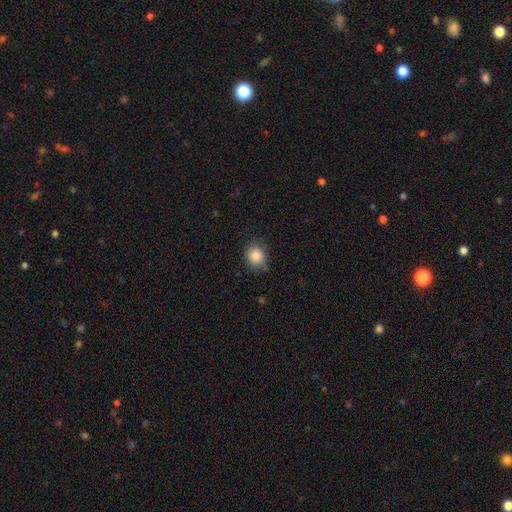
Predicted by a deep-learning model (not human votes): This is clearly a smooth galaxy (86%). How rounded: likely round (73%). Merging: likely none (78%).